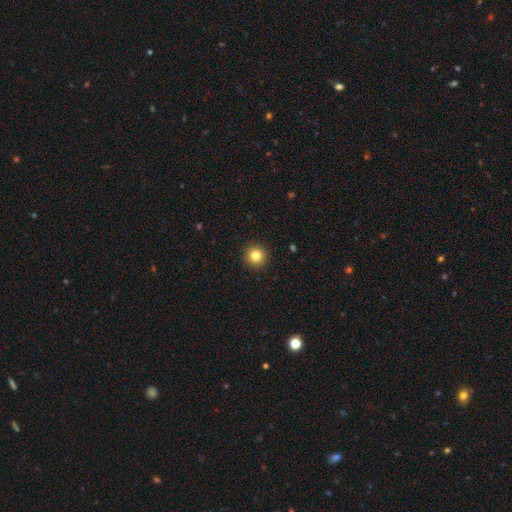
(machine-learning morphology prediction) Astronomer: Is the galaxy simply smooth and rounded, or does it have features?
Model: smooth — 83%.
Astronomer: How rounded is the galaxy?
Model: round — 95%.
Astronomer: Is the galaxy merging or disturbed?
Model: none — 93%.